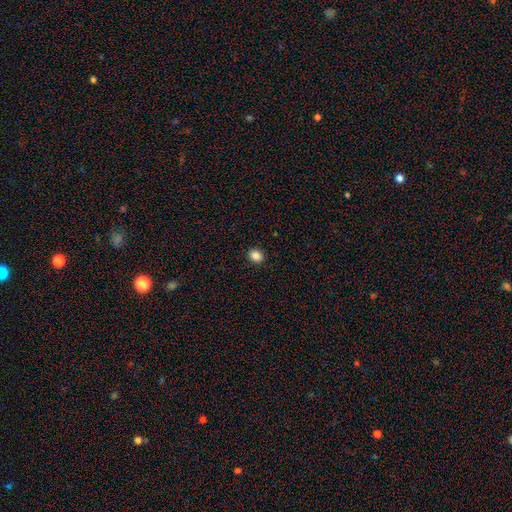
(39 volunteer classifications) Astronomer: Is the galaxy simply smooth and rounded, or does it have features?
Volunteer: smooth — 87%.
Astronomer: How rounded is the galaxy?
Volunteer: round — 62% (runner-up: in between, 38%).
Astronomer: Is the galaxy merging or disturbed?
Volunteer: none — 92%.